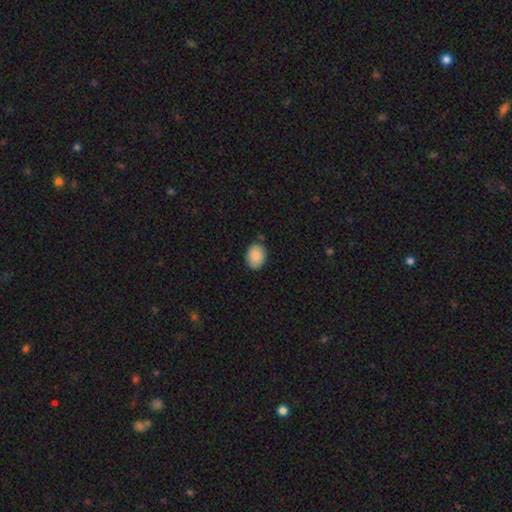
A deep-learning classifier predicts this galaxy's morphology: Smooth or featured: smooth — 87% (star or artifact — 7%)
How rounded: in between — 65% (round — 34%)
Merging: none — 83% (minor disturbance — 13%)